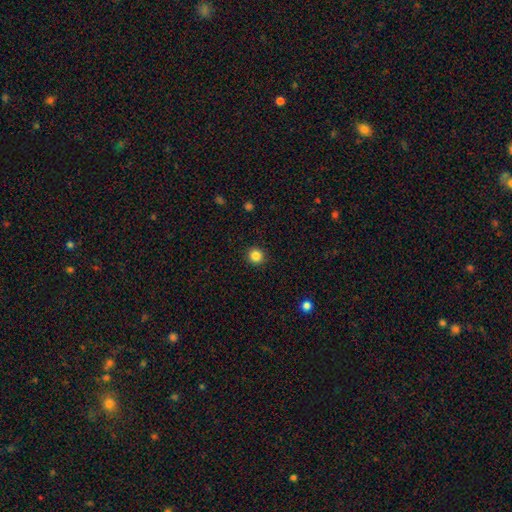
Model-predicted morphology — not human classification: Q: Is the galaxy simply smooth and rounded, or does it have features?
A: smooth — 85%.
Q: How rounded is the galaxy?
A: round — 93%.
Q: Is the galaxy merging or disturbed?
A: none — 92%.